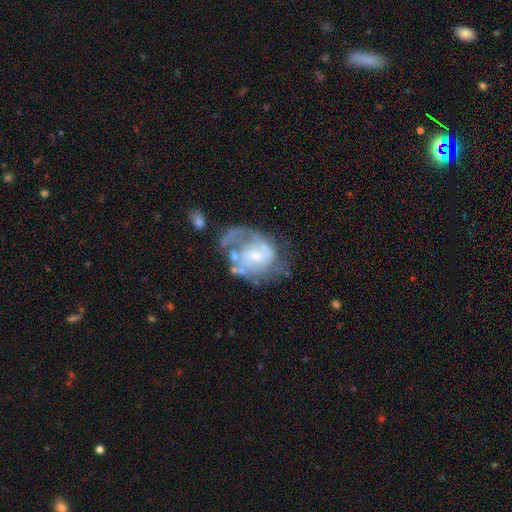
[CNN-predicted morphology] The model was most divided on "merging": major disturbance: 36%, none: 33%, minor disturbance: 21%, merger: 9%. Remaining: edge-on disk — no (98%); smooth or featured — featured or disk (73%); spiral arms — yes (70%); bar — no (55%); bulge size — small (42%).